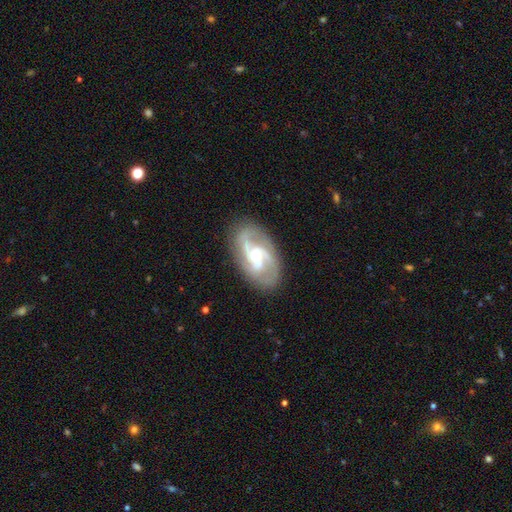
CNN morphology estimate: Smooth or featured?
  - featured or disk: 86% *
  - smooth: 9%
  - star or artifact: 5%
Edge-on disk?
  - no: 96% *
  - yes: 4%
Bar?
  - weak: 47% *
  - no: 39%
  - strong: 14%
Spiral arms?
  - yes: 97% *
  - no: 3%
Spiral winding?
  - medium: 53% *
  - tight: 26%
  - loose: 21%
Spiral arm count?
  - 2: 58% *
  - 3: 26%
  - can't tell: 8%
  - 4: 3%
  - 1: 3%
  - more than 4: 2%
Bulge size?
  - moderate: 52% *
  - small: 40%
  - large: 5%
  - none: 2%
  - dominant: 1%
Merging?
  - none: 79% *
  - minor disturbance: 14%
  - major disturbance: 5%
  - merger: 1%